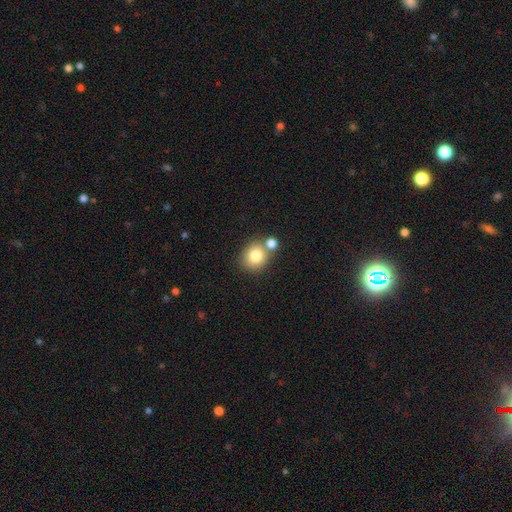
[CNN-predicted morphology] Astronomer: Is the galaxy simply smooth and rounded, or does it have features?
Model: smooth — 80%.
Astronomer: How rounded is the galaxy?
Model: round — 74%.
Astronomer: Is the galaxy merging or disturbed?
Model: none — 62%.